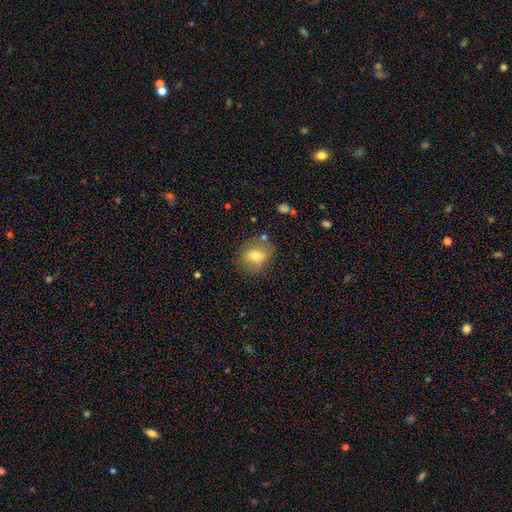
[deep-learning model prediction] Smooth or featured: smooth — 69% (featured or disk — 22%)
How rounded: round — 55% (in between — 44%)
Merging: none — 71% (minor disturbance — 19%)